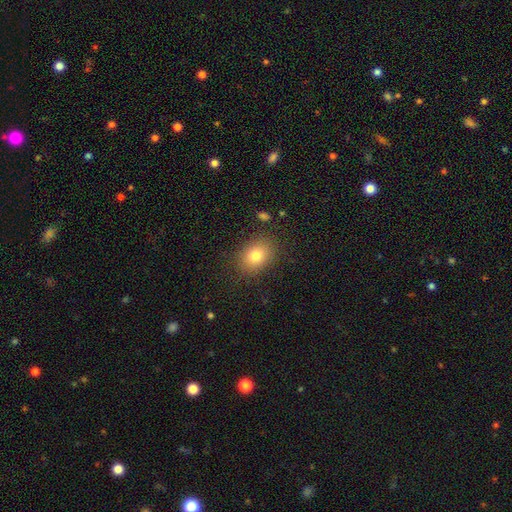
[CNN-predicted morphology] A smooth galaxy with no disk features (80%) that is in between round and cigar-shaped (65%).

Vote fractions:
- Smooth or featured? smooth: 80% / star or artifact: 10% / featured or disk: 10%
- How rounded? in between: 65% / round: 34% / cigar-shaped: 1%
- Merging? none: 84% / minor disturbance: 11% / major disturbance: 4% / merger: 2%